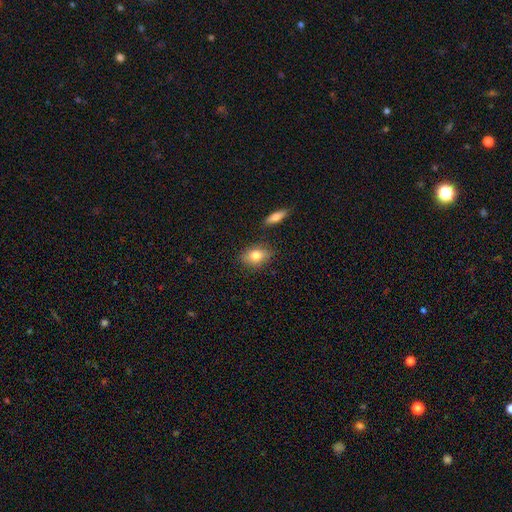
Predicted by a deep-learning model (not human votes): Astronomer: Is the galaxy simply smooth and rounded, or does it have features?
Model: smooth — 78%.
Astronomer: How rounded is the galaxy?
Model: in between — 74%.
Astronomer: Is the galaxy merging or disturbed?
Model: none — 81%.